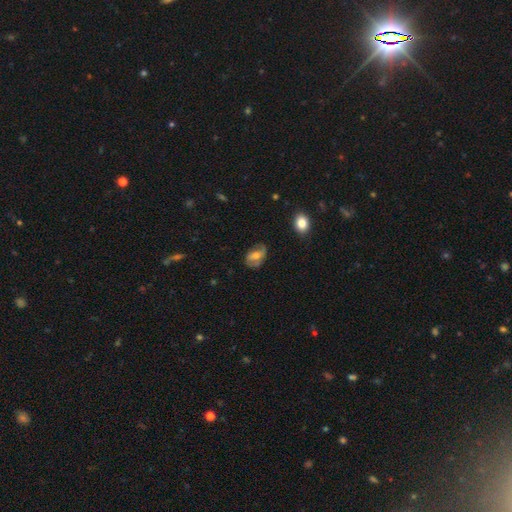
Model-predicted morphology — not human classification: Smooth or featured? Predicted: featured or disk (p=0.55). Edge-on disk? Predicted: no (p=0.95). Bar? Predicted: weak (p=0.39). Spiral arms? Predicted: yes (p=0.76). Bulge size? Predicted: moderate (p=0.61). Merging? Predicted: none (p=0.66).